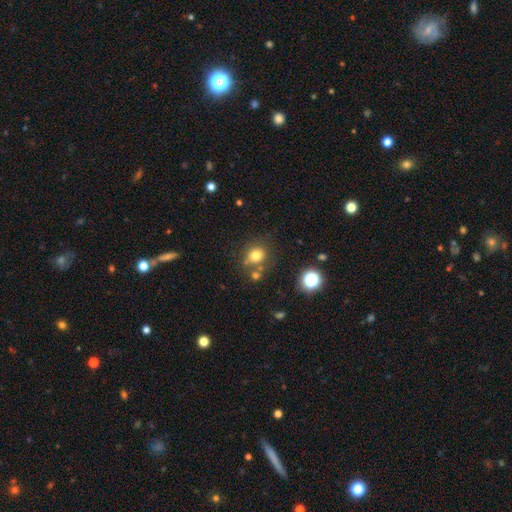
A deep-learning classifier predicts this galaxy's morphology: This appears to be a smooth galaxy with no disk features (75%) that is round (83%). Merging: none (68%).